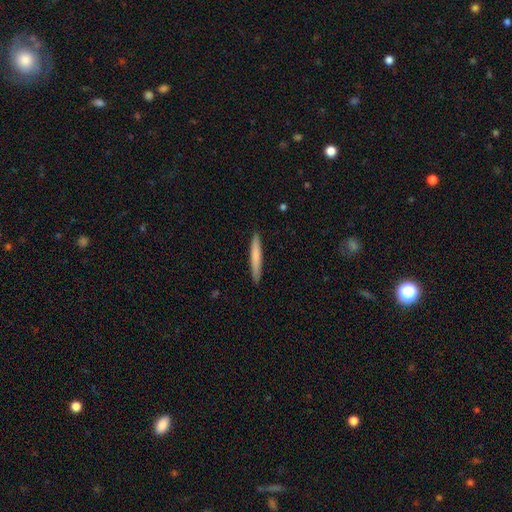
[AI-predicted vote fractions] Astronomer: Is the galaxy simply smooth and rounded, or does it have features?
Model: smooth — 74%.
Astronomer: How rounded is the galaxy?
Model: cigar-shaped — 96%.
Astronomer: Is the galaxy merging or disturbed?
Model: none — 91%.